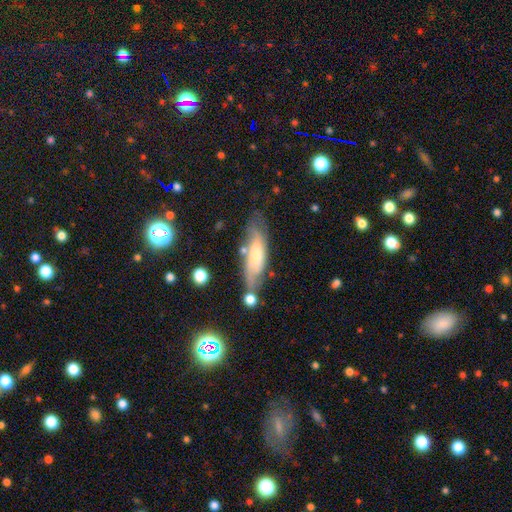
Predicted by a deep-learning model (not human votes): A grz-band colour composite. It shows a featured or disk galaxy (47%). Merging: none (55%).